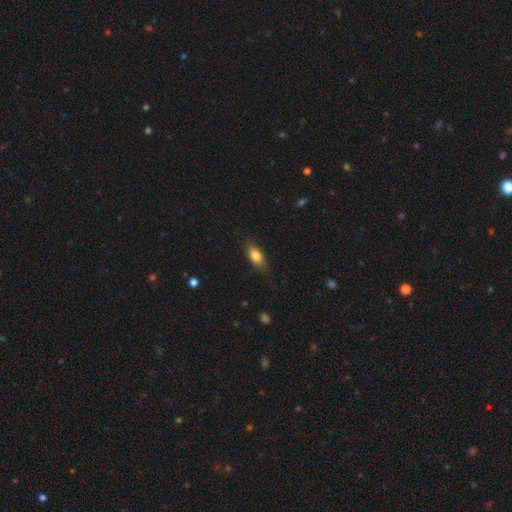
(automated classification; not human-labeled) smooth-or-featured: smooth: 80% | featured or disk: 13% | star or artifact: 8%
  how-rounded: in between: 82% | cigar-shaped: 13% | round: 5%
  merging: none: 81% | minor disturbance: 15% | major disturbance: 3% | merger: 1%